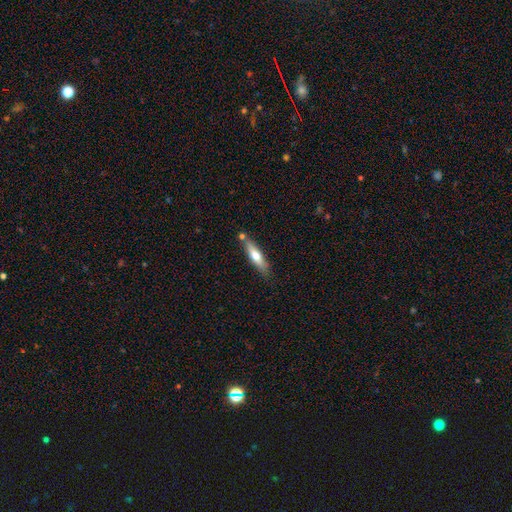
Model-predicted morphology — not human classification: smooth-or-featured: smooth: 57% | featured or disk: 37% | star or artifact: 6%
  how-rounded: cigar-shaped: 75% | in between: 23% | round: 2%
  merging: none: 72% | minor disturbance: 15% | merger: 9% | major disturbance: 3%